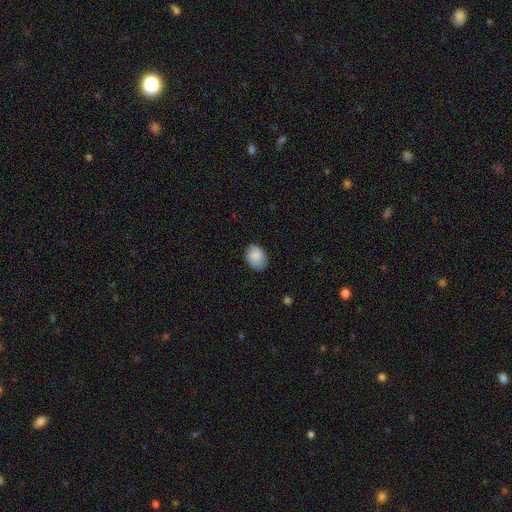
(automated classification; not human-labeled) Q: Smooth or featured?
A: smooth (84%); runner-up: featured or disk (9%)
Q: How rounded?
A: in between (71%); runner-up: round (28%)
Q: Merging?
A: none (79%); runner-up: minor disturbance (17%)